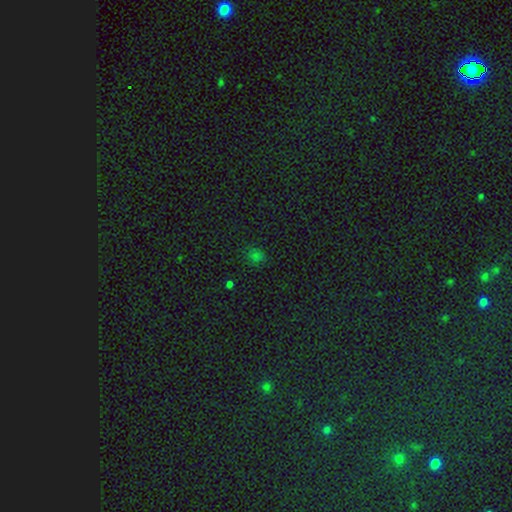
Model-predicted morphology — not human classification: A smooth galaxy with no disk features (58%) that is round (69%). Merging: none (81%).